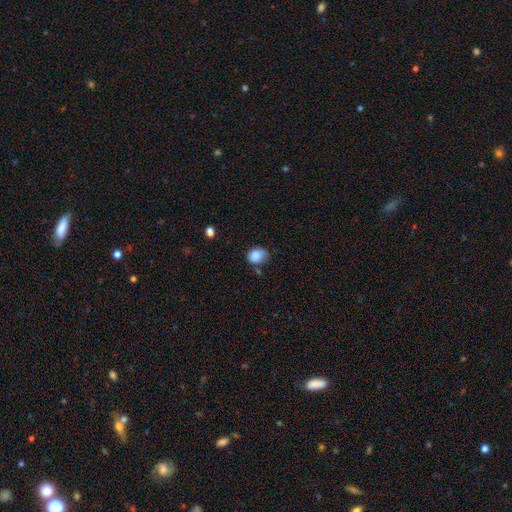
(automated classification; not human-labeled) This is clearly a smooth galaxy (84%). How rounded: possibly in between (52%). Merging: possibly none (48%).